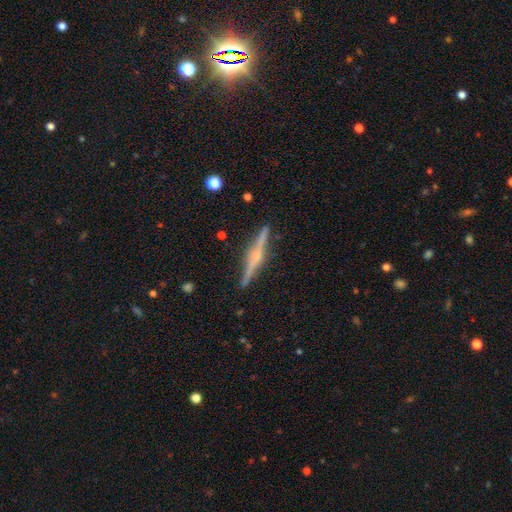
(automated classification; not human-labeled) This is clearly a featured or disk galaxy (82%). It is clearly viewed edge-on (98%). Edge-on bulge: clearly rounded (83%). Merging: clearly none (90%).